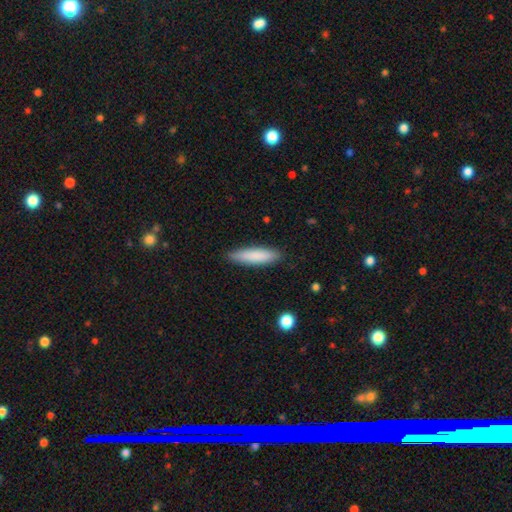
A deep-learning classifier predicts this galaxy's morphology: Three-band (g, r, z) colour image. It shows a smooth galaxy with no disk features (84%) that is cigar-shaped (74%). Merging: none (88%).